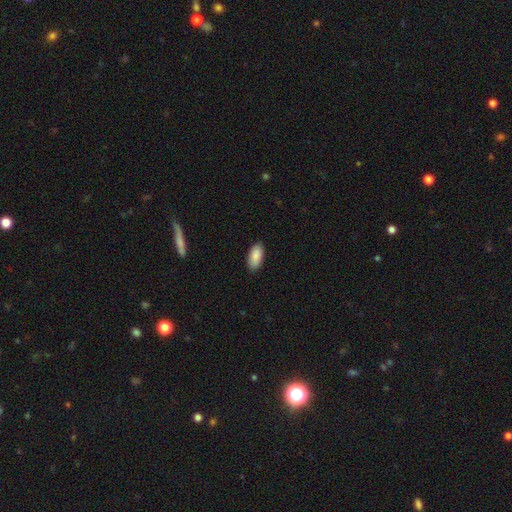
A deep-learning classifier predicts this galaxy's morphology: This appears to be a smooth galaxy with no disk features (89%) that is in between round and cigar-shaped (93%). Merging: none (87%).